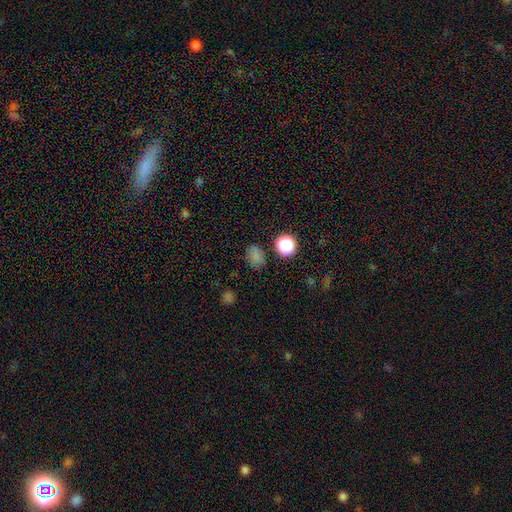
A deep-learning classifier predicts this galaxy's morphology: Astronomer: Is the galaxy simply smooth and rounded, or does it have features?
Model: smooth — 73%.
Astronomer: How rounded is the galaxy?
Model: in between — 64%.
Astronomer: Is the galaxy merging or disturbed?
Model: none — 77%.